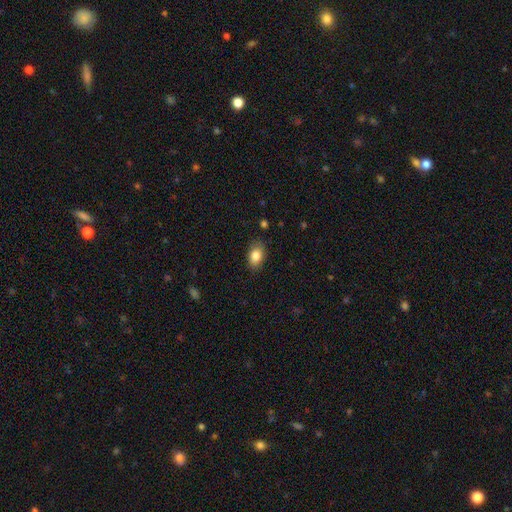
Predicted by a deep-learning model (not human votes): smooth_or_featured: smooth (p=0.84) [alt: featured or disk p=0.08]
how_rounded: in between (p=0.85) [alt: round p=0.13]
merging: none (p=0.83) [alt: minor disturbance p=0.14]